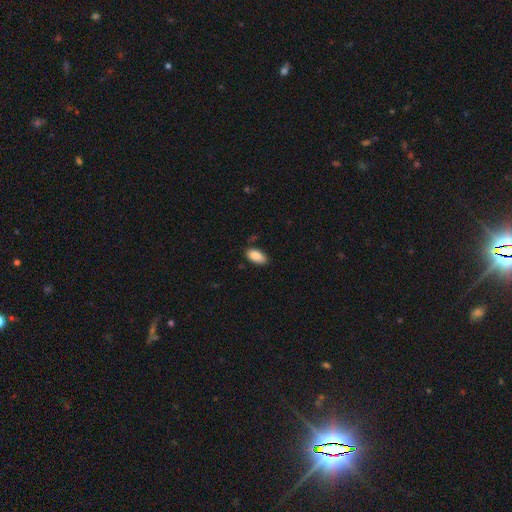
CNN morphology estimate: A smooth galaxy with no disk features (88%) that is in between round and cigar-shaped (93%).

Vote fractions:
- Smooth or featured? smooth: 88% / star or artifact: 7% / featured or disk: 6%
- How rounded? in between: 93% / cigar-shaped: 4% / round: 3%
- Merging? none: 81% / minor disturbance: 15% / major disturbance: 3% / merger: 2%